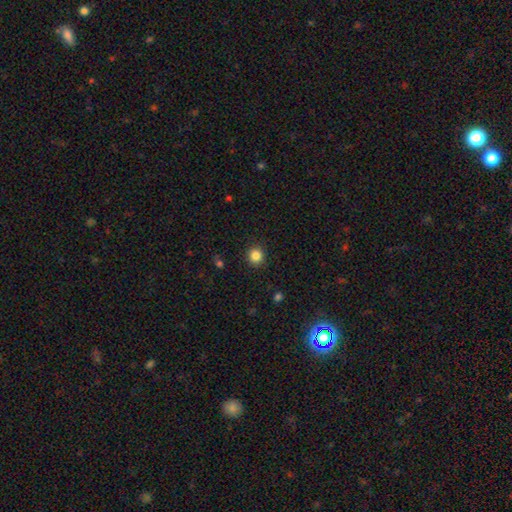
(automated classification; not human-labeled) Morphology: type=smooth (85%); roundness=round (91%); merging=none (91%).